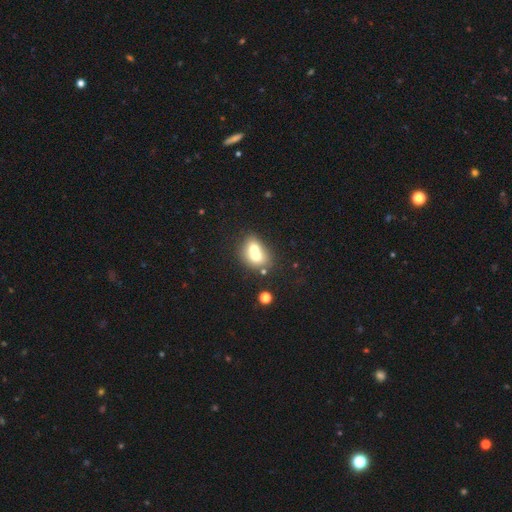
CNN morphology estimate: The model was most divided on "how rounded": round: 51%, in between: 48%, cigar-shaped: 1%. More confident: merging — merger (70%); smooth or featured — smooth (63%).